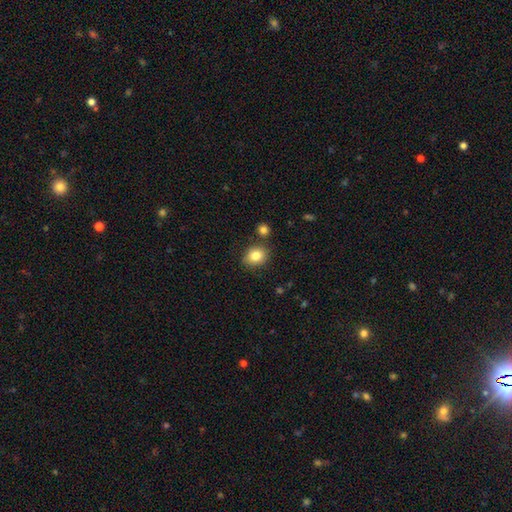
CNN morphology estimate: Smooth or featured? smooth (83%)
How rounded? round (54%)
Merging? none (78%)